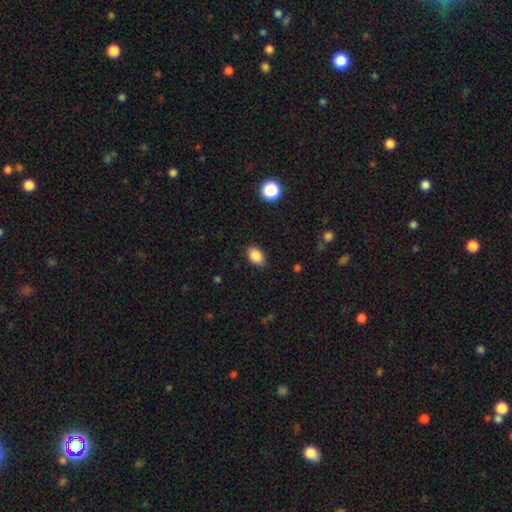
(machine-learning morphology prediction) Q: Smooth or featured?
A: smooth (87%); runner-up: star or artifact (9%)
Q: How rounded?
A: in between (82%); runner-up: round (17%)
Q: Merging?
A: none (86%); runner-up: minor disturbance (10%)